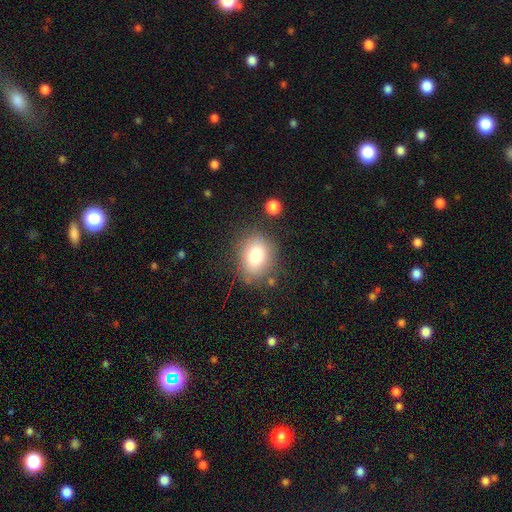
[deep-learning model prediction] Q: Smooth or featured?
A: smooth (77%); runner-up: featured or disk (13%)
Q: How rounded?
A: round (52%); runner-up: in between (47%)
Q: Merging?
A: none (77%); runner-up: minor disturbance (14%)